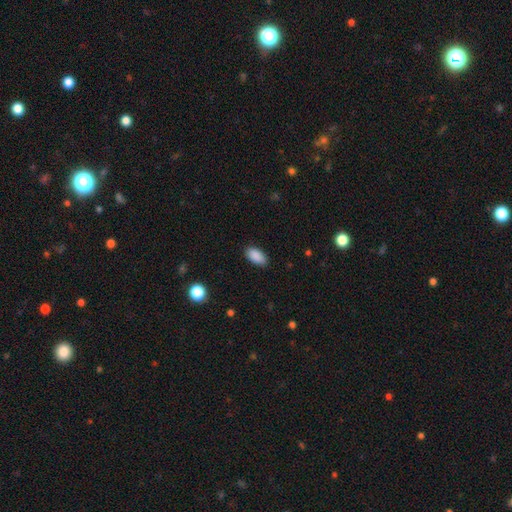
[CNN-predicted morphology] Overall: smooth (89%). How rounded: in between (94%). Merging: none (87%).